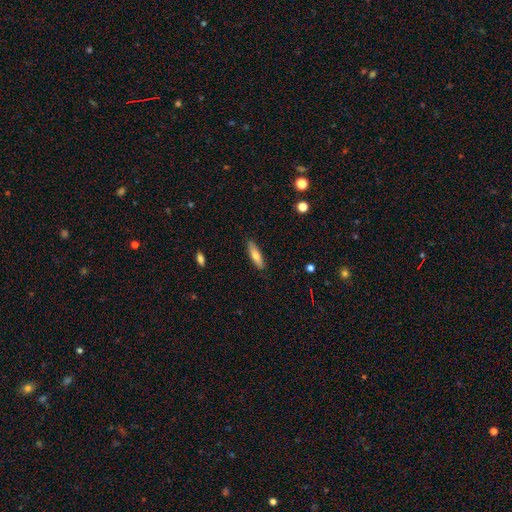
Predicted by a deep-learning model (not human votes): Q: Smooth or featured?
A: smooth (68%); runner-up: featured or disk (26%)
Q: How rounded?
A: cigar-shaped (67%); runner-up: in between (31%)
Q: Merging?
A: none (87%); runner-up: minor disturbance (10%)